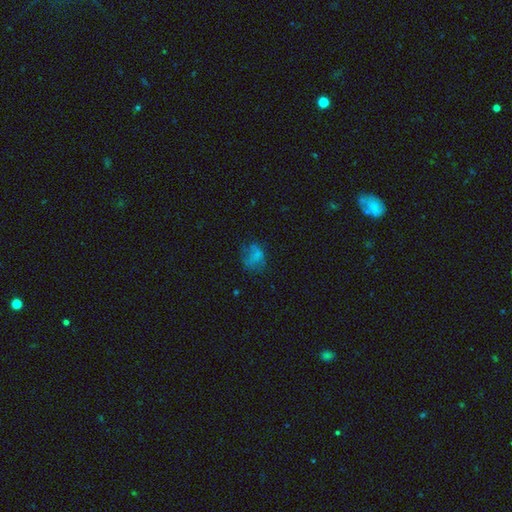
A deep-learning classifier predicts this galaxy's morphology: Smooth or featured? smooth (60%)
How rounded? in between (58%)
Merging? none (41%)